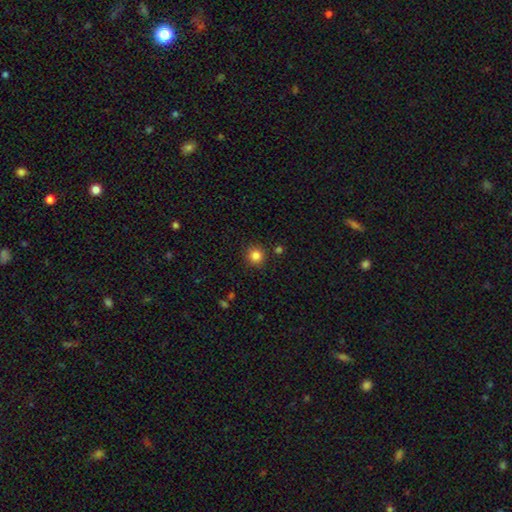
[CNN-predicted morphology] The model was most divided on "smooth or featured": smooth: 83%, star or artifact: 12%, featured or disk: 5%. More confident: how rounded — round (93%); merging — none (87%).